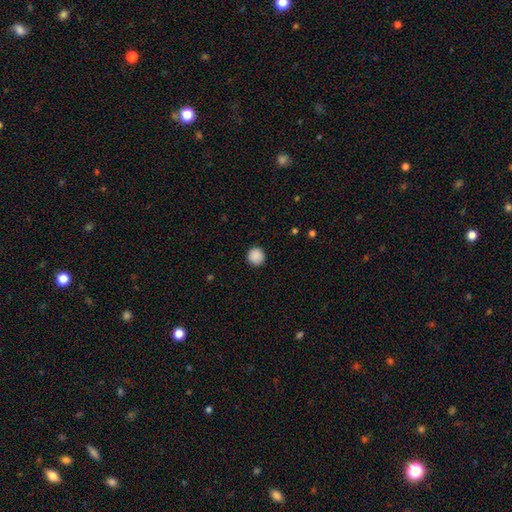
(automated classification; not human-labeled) Smooth or featured? Predicted: smooth (p=0.89). How rounded? Predicted: round (p=0.95). Merging? Predicted: none (p=0.92).